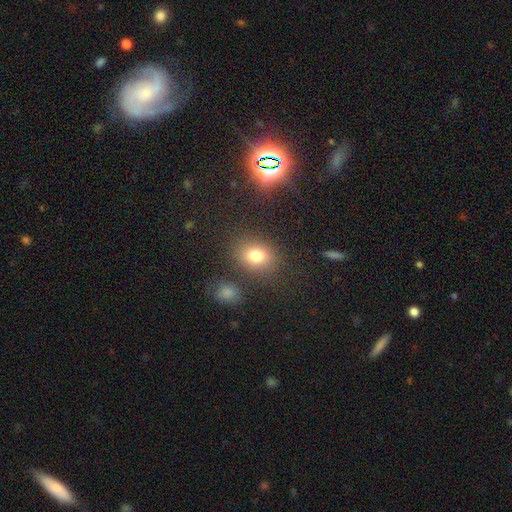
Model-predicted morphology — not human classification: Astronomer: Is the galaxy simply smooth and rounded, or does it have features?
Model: smooth — 77%.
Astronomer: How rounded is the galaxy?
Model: round — 51% (runner-up: in between, 48%).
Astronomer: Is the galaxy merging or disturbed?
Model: none — 79%.